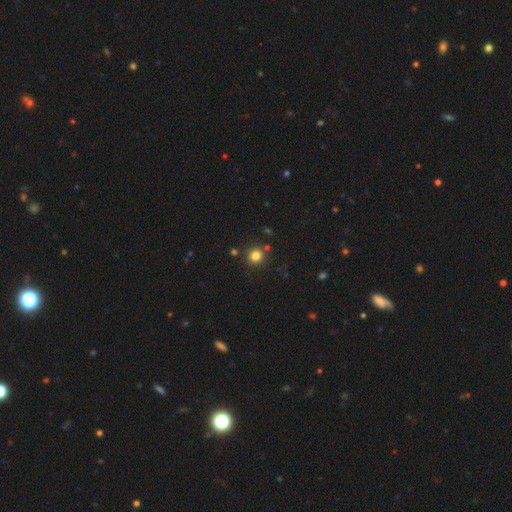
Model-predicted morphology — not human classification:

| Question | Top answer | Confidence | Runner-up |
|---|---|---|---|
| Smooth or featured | smooth | 81% | star or artifact (14%) |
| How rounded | round | 93% | in between (6%) |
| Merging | none | 86% | minor disturbance (7%) |